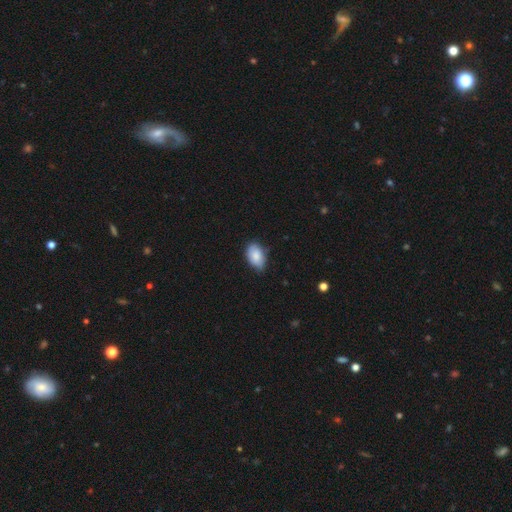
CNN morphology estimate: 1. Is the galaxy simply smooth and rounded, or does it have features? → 84% smooth, 9% featured or disk, 7% star or artifact.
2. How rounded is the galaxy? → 91% in between, 7% round, 1% cigar-shaped.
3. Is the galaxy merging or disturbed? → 67% none, 28% minor disturbance, 4% major disturbance, 1% merger.